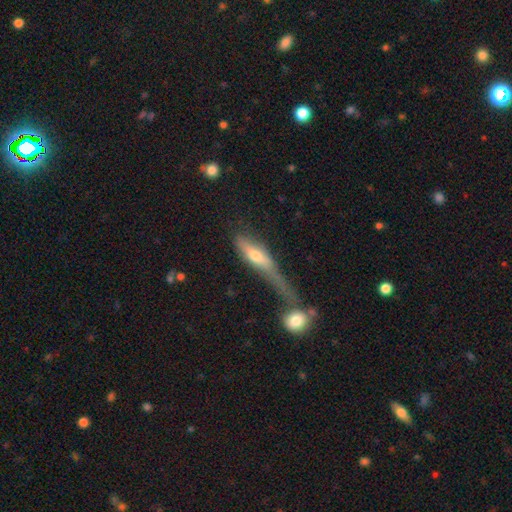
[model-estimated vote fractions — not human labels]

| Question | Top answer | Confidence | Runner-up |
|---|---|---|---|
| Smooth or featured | smooth | 47% | featured or disk (44%) |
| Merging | merger | 31% | major disturbance (25%) |